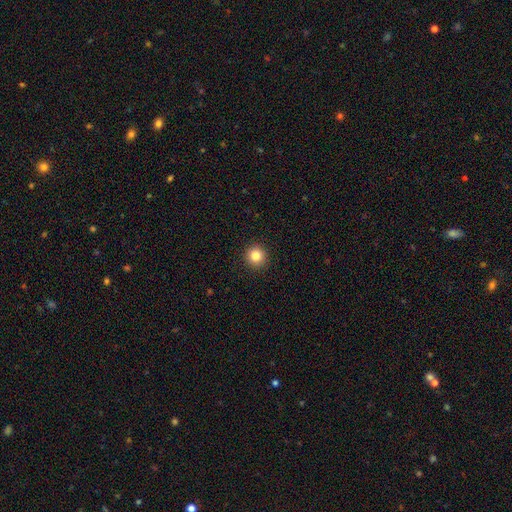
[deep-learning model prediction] Smooth or featured?
  - smooth: 83% *
  - star or artifact: 12%
  - featured or disk: 6%
How rounded?
  - round: 95% *
  - in between: 4%
  - cigar-shaped: 1%
Merging?
  - none: 93% *
  - minor disturbance: 4%
  - major disturbance: 2%
  - merger: 1%